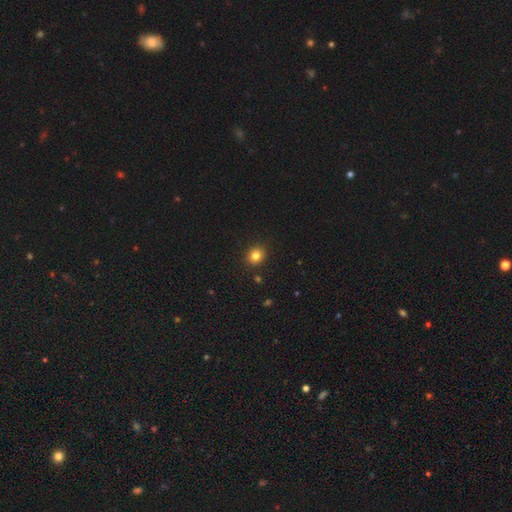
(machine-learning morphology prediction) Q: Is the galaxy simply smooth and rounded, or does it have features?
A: smooth — 82%.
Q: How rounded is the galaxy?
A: round — 69%.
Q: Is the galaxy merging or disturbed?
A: none — 90%.